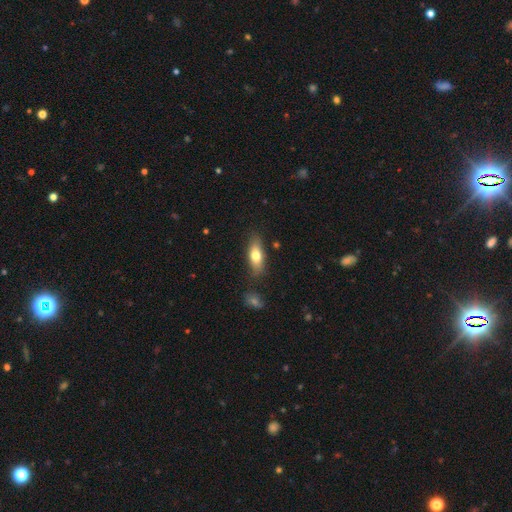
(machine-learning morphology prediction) Smooth or featured? Predicted: smooth (p=0.71). How rounded? Predicted: in between (p=0.72). Merging? Predicted: none (p=0.80).